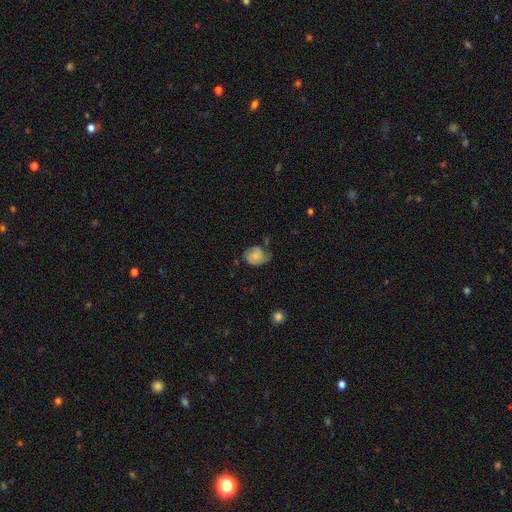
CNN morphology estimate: smooth 52%, featured or disk 39%, star or artifact 9%. Down the decision tree: how rounded — round (50%); merging — none (45%).